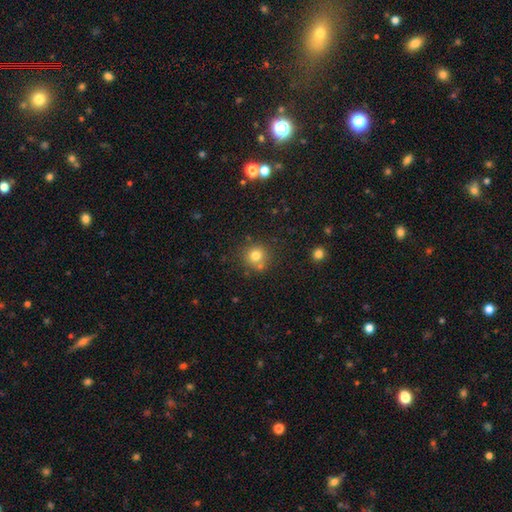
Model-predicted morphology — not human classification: Overall: smooth (78%). How rounded: round (91%). Merging: none (72%).